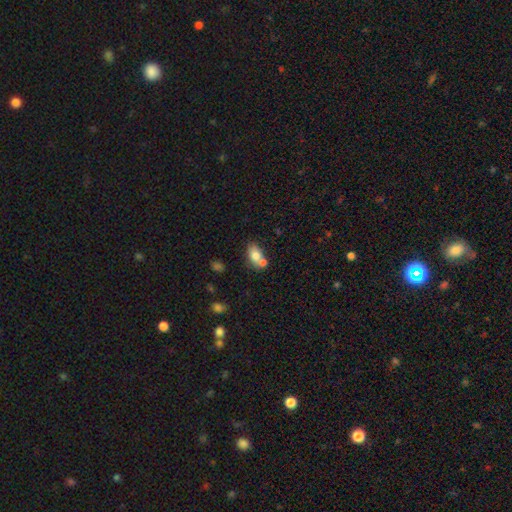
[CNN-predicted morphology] The model was most divided on "merging": merger: 42%, none: 40%, minor disturbance: 13%, major disturbance: 4%. More confident: how rounded — in between (79%); smooth or featured — smooth (74%).